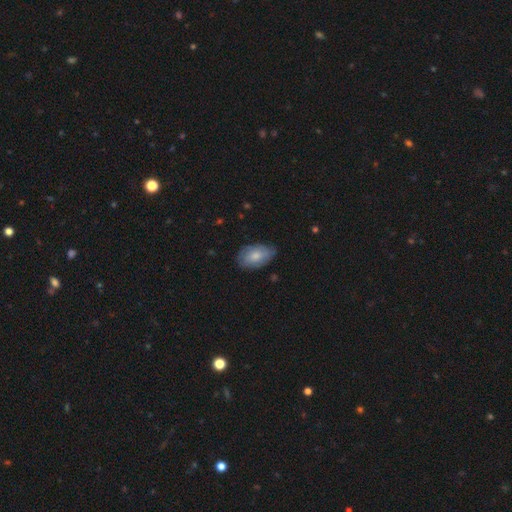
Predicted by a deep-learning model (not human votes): This appears to be a smooth galaxy with no disk features (73%) that is in between round and cigar-shaped (93%). Merging: none (72%).